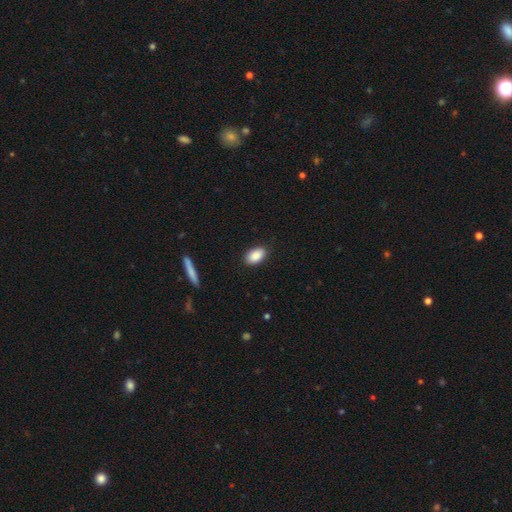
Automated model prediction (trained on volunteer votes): smooth-or-featured: smooth: 88% | star or artifact: 7% | featured or disk: 5%
  how-rounded: in between: 92% | round: 6% | cigar-shaped: 2%
  merging: none: 88% | minor disturbance: 9% | major disturbance: 2% | merger: 1%